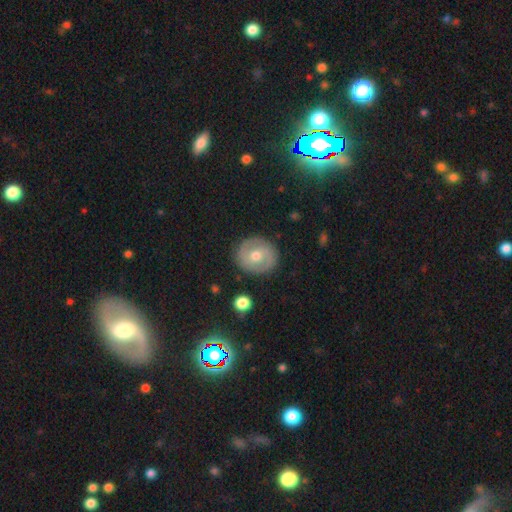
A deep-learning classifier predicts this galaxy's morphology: The model was most divided on "bar": no: 55%, weak: 34%, strong: 11%. More confident: edge-on disk — no (97%); merging — none (87%); spiral arms — yes (75%); bulge size — moderate (70%); smooth or featured — featured or disk (64%).